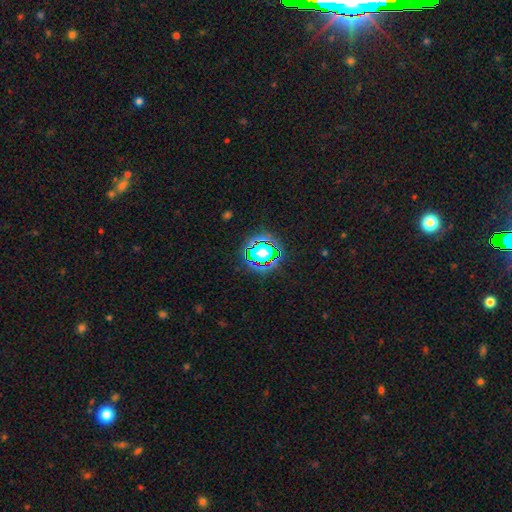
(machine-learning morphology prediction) This appears to be a star or artifact, not a galaxy (71%).